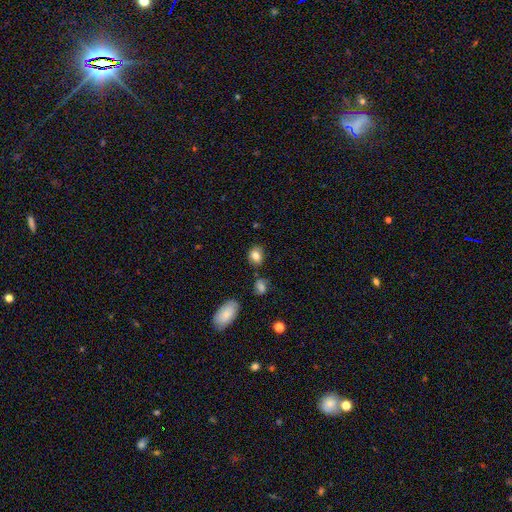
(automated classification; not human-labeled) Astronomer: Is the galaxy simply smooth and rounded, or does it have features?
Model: smooth — 82%.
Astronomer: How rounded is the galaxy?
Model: in between — 60% (runner-up: round, 39%).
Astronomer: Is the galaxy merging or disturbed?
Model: none — 76%.